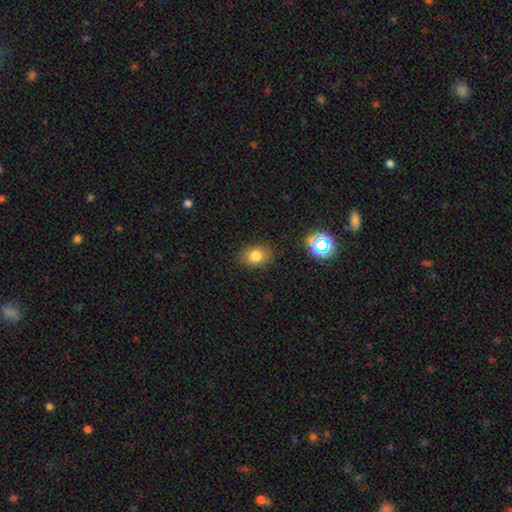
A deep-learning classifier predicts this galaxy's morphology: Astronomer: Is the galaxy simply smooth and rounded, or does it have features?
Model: smooth — 77%.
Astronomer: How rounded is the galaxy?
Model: in between — 70%.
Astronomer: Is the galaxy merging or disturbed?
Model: none — 84%.